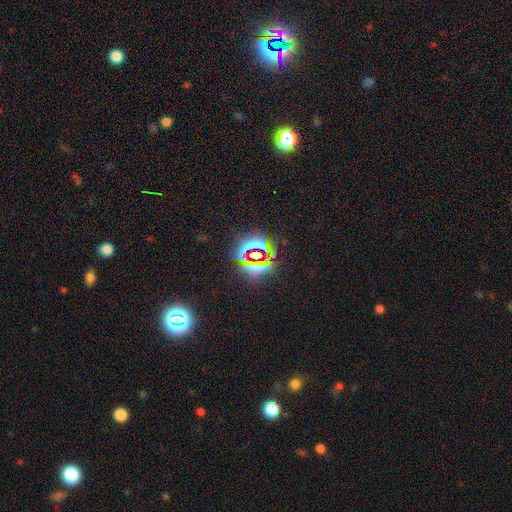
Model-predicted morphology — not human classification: Overall: star or artifact (78%).